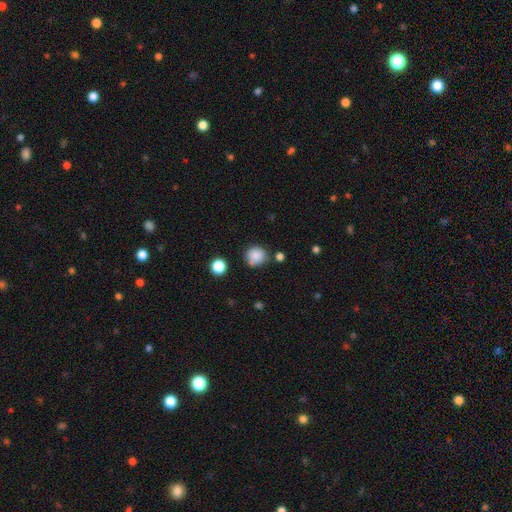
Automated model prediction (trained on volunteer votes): smooth-or-featured: smooth: 86% | star or artifact: 10% | featured or disk: 5%
  how-rounded: round: 88% | in between: 11% | cigar-shaped: 1%
  merging: none: 71% | minor disturbance: 17% | merger: 8% | major disturbance: 4%